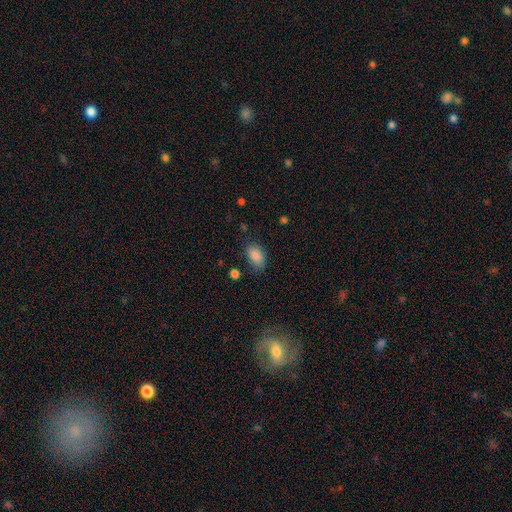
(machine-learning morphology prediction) Smooth or featured?
  - smooth: 86% *
  - star or artifact: 8%
  - featured or disk: 6%
How rounded?
  - in between: 91% *
  - round: 8%
  - cigar-shaped: 2%
Merging?
  - none: 75% *
  - minor disturbance: 18%
  - major disturbance: 4%
  - merger: 2%